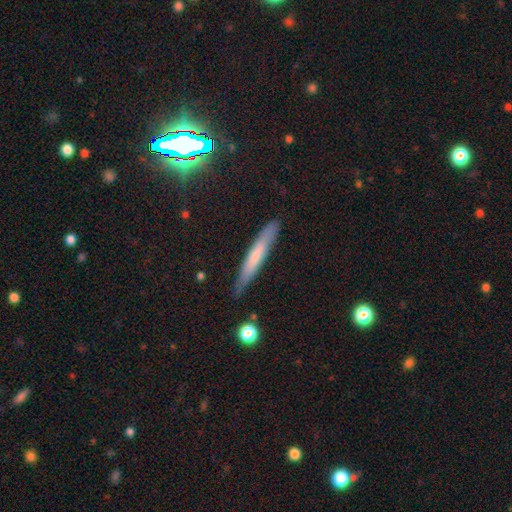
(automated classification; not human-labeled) Smooth or featured? smooth (58%)
How rounded? cigar-shaped (94%)
Merging? none (84%)